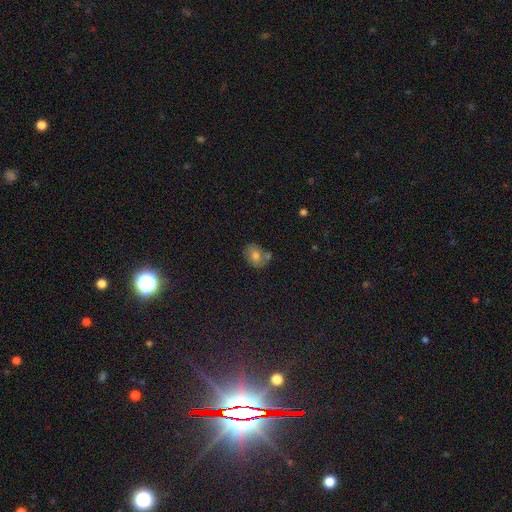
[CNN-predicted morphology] smooth-or-featured: smooth: 70% | featured or disk: 17% | star or artifact: 13%
  how-rounded: in between: 54% | round: 45% | cigar-shaped: 1%
  merging: none: 60% | minor disturbance: 18% | merger: 17% | major disturbance: 5%